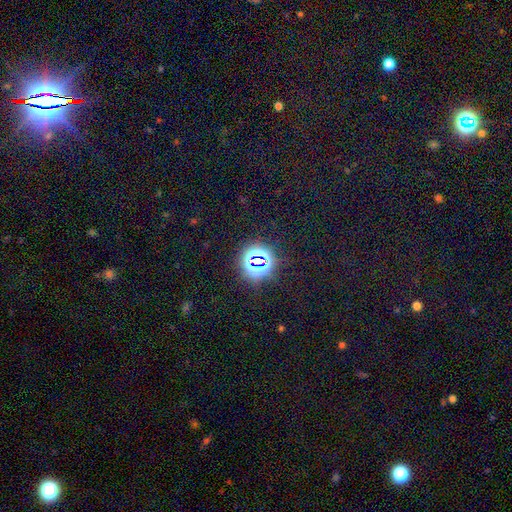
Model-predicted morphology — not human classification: A star or artifact, not a galaxy (74%).